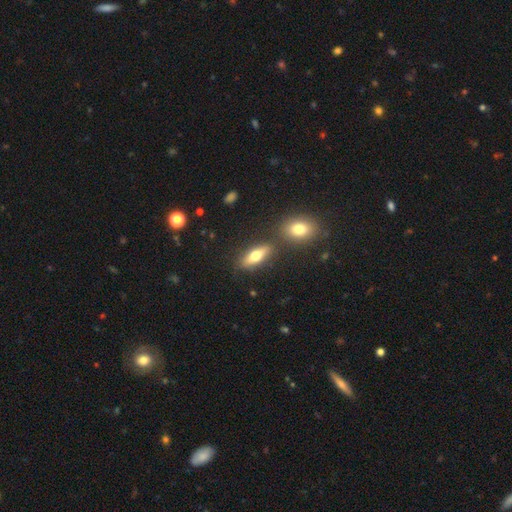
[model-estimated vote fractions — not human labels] This is likely a smooth galaxy (65%). How rounded: likely in between (64%). Merging: likely none (76%).